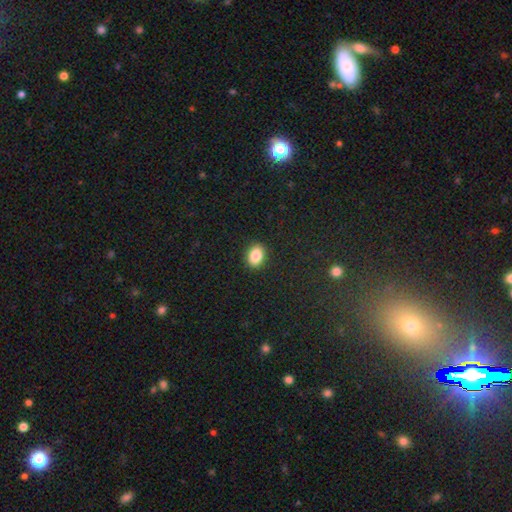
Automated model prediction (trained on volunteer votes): smooth 86%, star or artifact 9%, featured or disk 5%. Down the decision tree: how rounded — in between (73%); merging — none (89%).